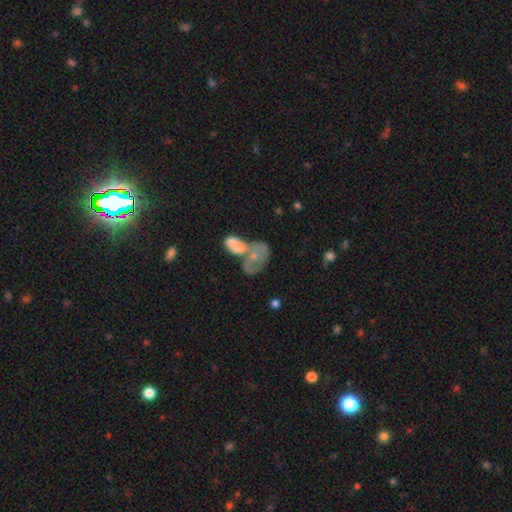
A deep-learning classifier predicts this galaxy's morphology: A smooth galaxy with no disk features (51%) that is in between round and cigar-shaped (85%). Merging: merger (57%).